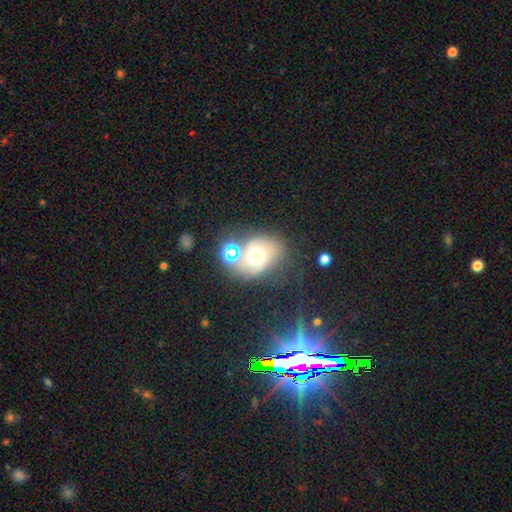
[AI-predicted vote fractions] smooth_or_featured: smooth (p=0.45) [alt: featured or disk p=0.36]
merging: none (p=0.49) [alt: minor disturbance p=0.20]